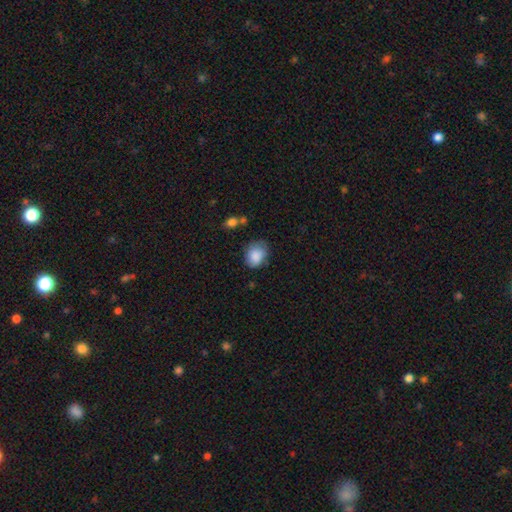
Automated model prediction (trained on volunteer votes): Q: Smooth or featured?
A: smooth (85%); runner-up: featured or disk (8%)
Q: How rounded?
A: in between (52%); runner-up: round (47%)
Q: Merging?
A: none (61%); runner-up: minor disturbance (28%)